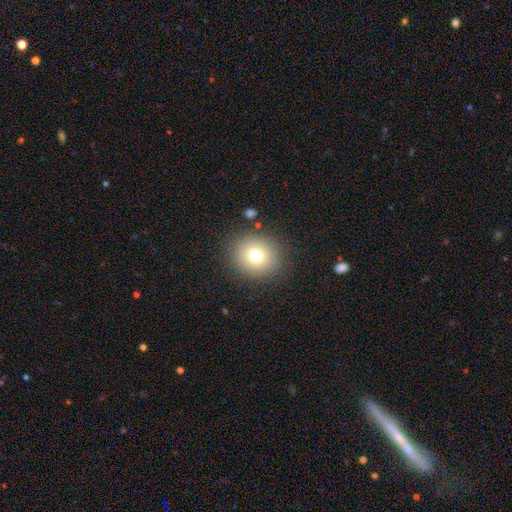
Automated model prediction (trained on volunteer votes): smooth-or-featured: smooth: 74% | star or artifact: 14% | featured or disk: 12%
  how-rounded: round: 86% | in between: 13% | cigar-shaped: 1%
  merging: none: 87% | minor disturbance: 8% | major disturbance: 4% | merger: 2%